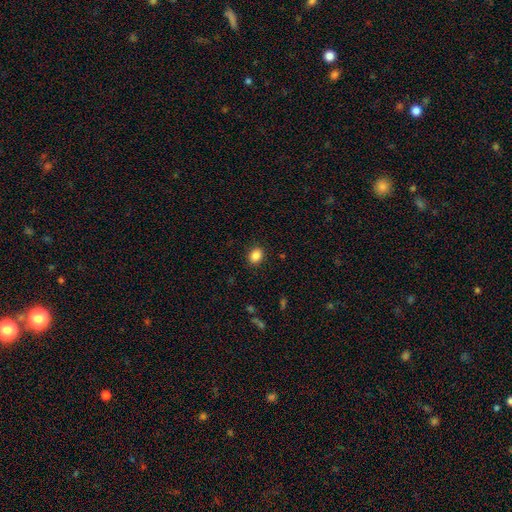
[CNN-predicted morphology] Smooth or featured? Predicted: smooth (p=0.86). How rounded? Predicted: in between (p=0.57). Merging? Predicted: none (p=0.89).